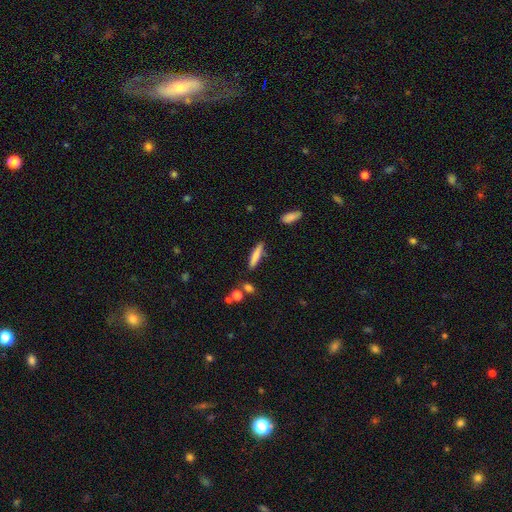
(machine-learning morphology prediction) This is likely a smooth galaxy (78%). How rounded: clearly cigar-shaped (83%). Merging: clearly none (80%).